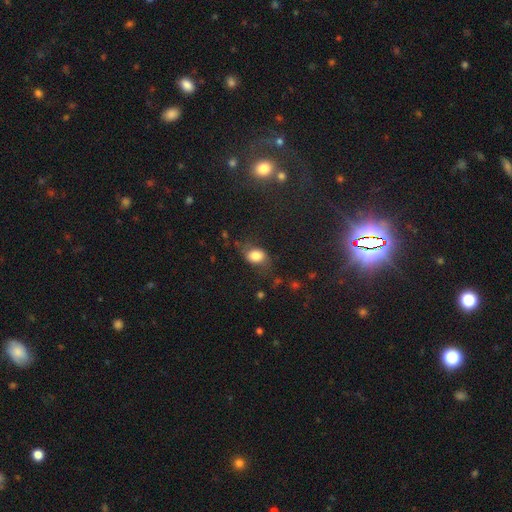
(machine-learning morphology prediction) Smooth or featured? Predicted: smooth (p=0.75). How rounded? Predicted: in between (p=0.73). Merging? Predicted: none (p=0.61).